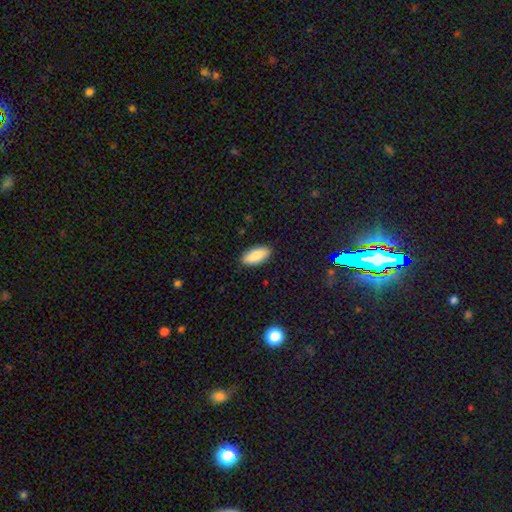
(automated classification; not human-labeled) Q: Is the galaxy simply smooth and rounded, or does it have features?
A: smooth — 87%.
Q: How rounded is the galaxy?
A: in between — 88%.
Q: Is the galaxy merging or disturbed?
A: none — 89%.